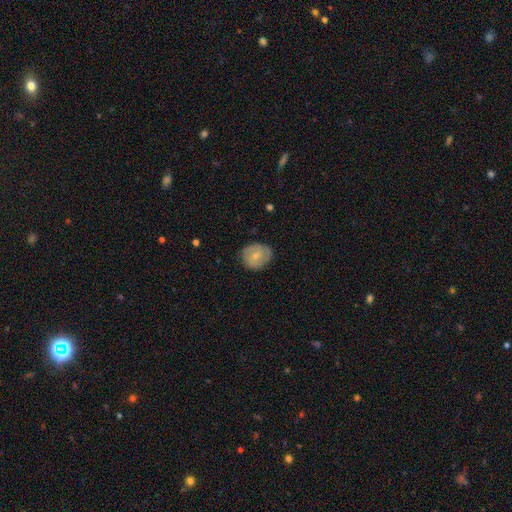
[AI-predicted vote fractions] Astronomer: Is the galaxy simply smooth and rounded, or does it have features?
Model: smooth — 55% (runner-up: featured or disk, 39%).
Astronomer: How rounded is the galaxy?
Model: round — 69%.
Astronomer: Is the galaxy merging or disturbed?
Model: none — 76%.